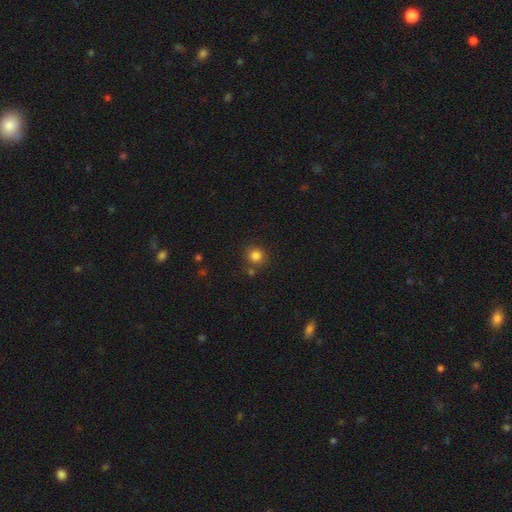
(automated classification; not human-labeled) Q: Smooth or featured?
A: smooth (83%); runner-up: star or artifact (12%)
Q: How rounded?
A: round (90%); runner-up: in between (9%)
Q: Merging?
A: none (77%); runner-up: minor disturbance (10%)